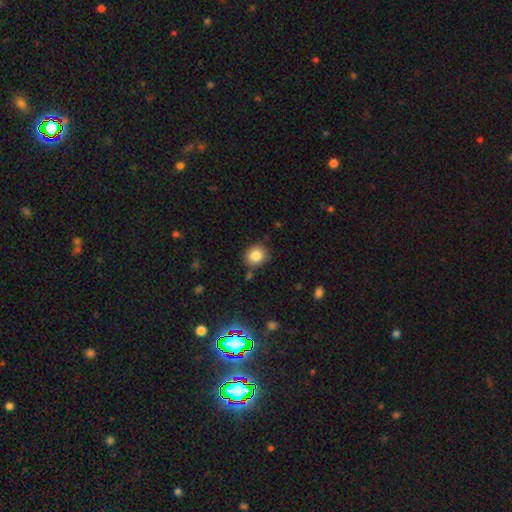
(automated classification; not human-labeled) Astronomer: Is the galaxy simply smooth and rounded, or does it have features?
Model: smooth — 83%.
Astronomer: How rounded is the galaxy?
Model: round — 82%.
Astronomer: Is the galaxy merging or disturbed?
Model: none — 85%.